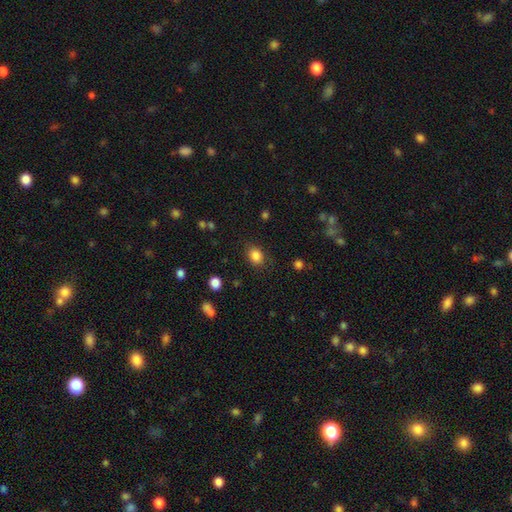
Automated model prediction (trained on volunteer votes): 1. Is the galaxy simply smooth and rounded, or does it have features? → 85% smooth, 10% star or artifact, 5% featured or disk.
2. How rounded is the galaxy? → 54% in between, 45% round, 1% cigar-shaped.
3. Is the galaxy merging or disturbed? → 80% none, 14% minor disturbance, 4% major disturbance, 2% merger.